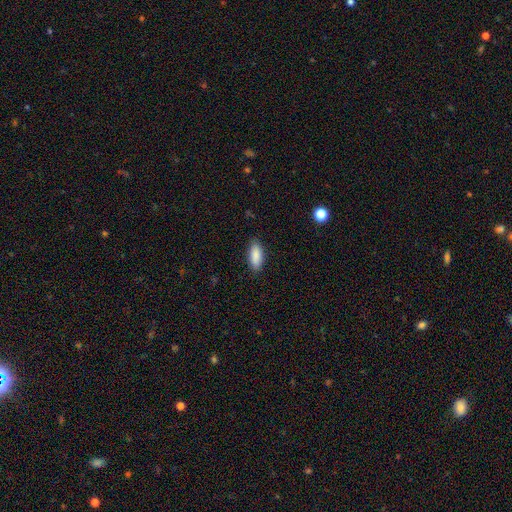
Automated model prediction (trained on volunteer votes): This is clearly a smooth galaxy (89%). How rounded: clearly in between (81%). Merging: clearly none (87%).